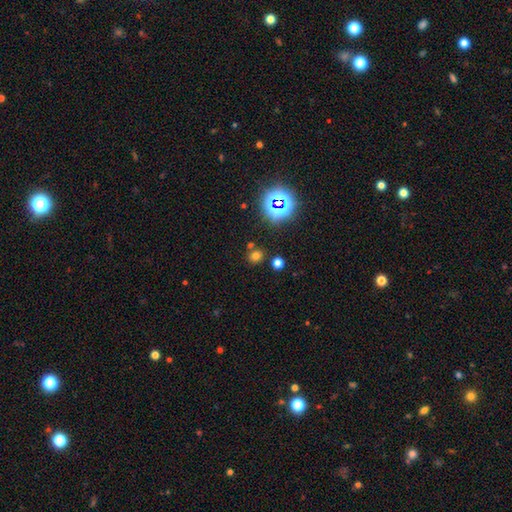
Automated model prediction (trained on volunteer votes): Overall: smooth (64%; star or artifact 29%). How rounded: round (73%). Merging: none (77%).